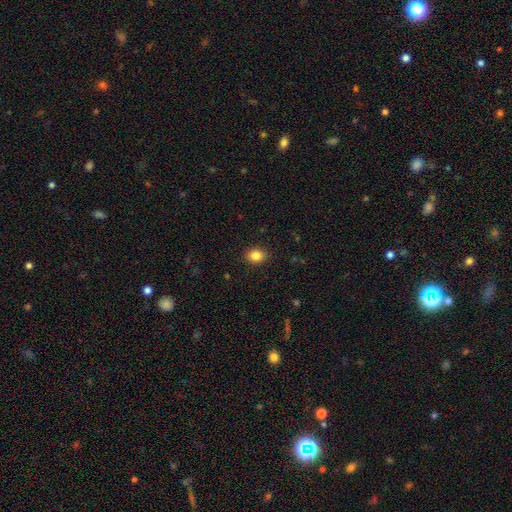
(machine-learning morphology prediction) Q: Smooth or featured?
A: smooth (85%); runner-up: star or artifact (10%)
Q: How rounded?
A: round (56%); runner-up: in between (43%)
Q: Merging?
A: none (90%); runner-up: minor disturbance (7%)